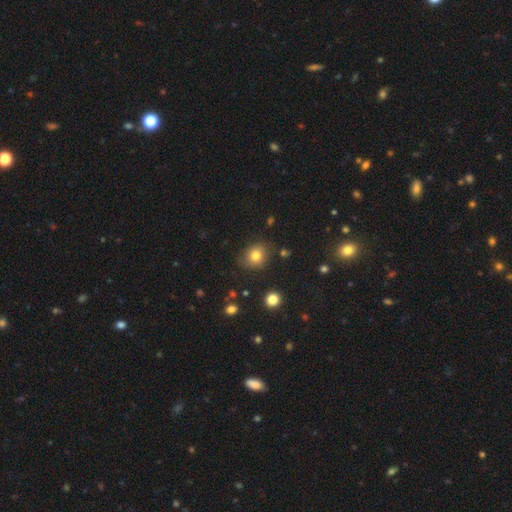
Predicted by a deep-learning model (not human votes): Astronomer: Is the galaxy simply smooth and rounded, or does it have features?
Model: smooth — 79%.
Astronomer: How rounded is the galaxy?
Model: round — 72%.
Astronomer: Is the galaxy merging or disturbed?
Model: none — 81%.